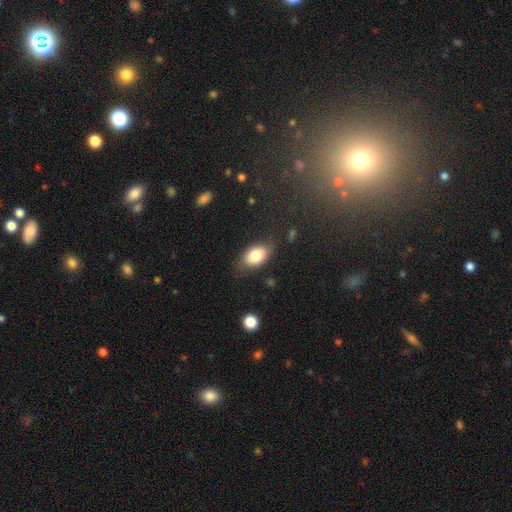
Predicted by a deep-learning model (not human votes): smooth_or_featured: smooth (p=0.80) [alt: featured or disk p=0.13]
how_rounded: in between (p=0.89) [alt: round p=0.09]
merging: none (p=0.73) [alt: minor disturbance p=0.19]